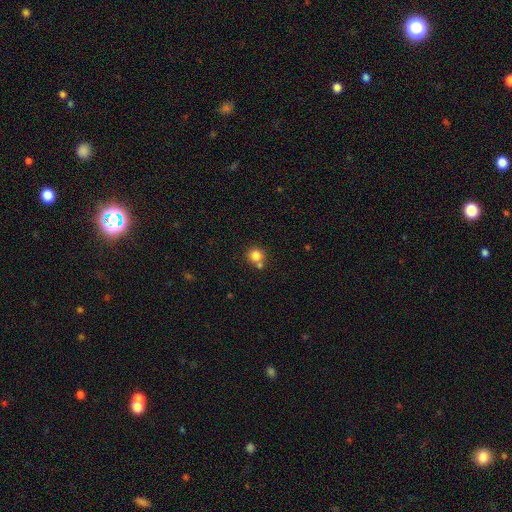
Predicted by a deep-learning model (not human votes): Smooth or featured? smooth (82%)
How rounded? round (91%)
Merging? none (63%)